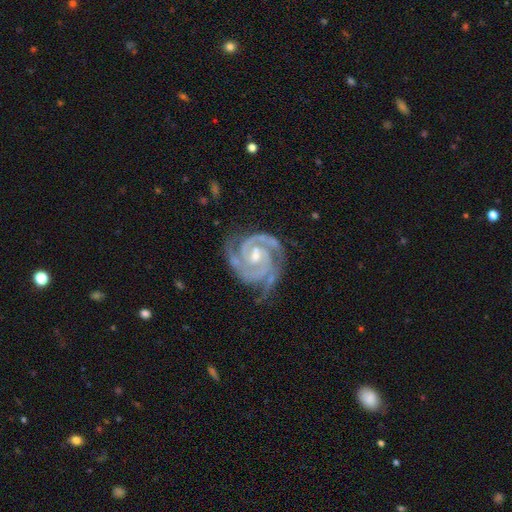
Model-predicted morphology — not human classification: type=featured or disk (94%); edge-on=no (98%); bar=no (54%); spiral arms=yes (99%); winding=tight (72%); arm count=2 (53%); bulge=small (52%); merging=none (71%).